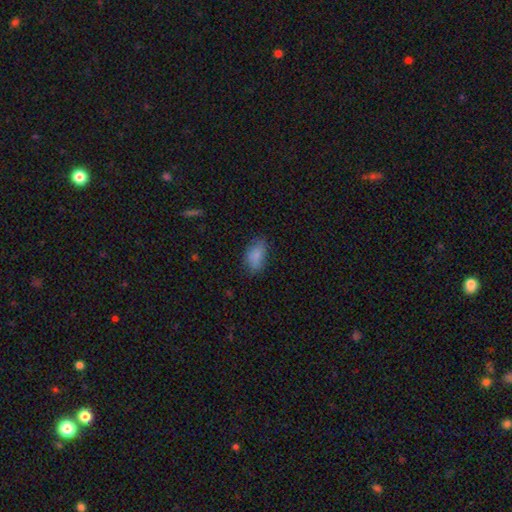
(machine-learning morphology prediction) smooth_or_featured: smooth (p=0.85) [alt: star or artifact p=0.08]
how_rounded: in between (p=0.91) [alt: round p=0.06]
merging: none (p=0.73) [alt: minor disturbance p=0.20]